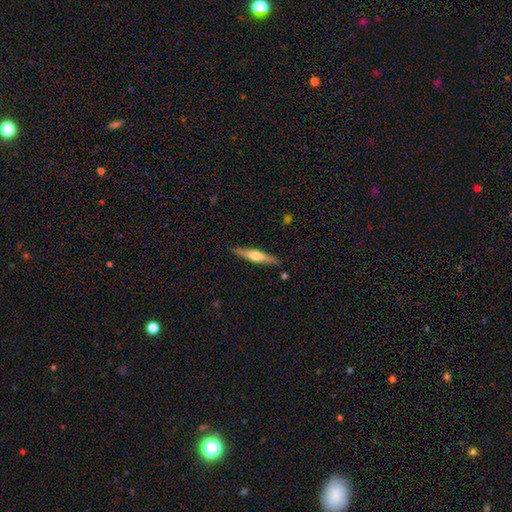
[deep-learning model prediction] The model was most divided on "smooth or featured": featured or disk: 59%, smooth: 36%, star or artifact: 6%. More confident: edge-on disk — yes (96%); edge-on bulge — rounded (89%); merging — none (89%).